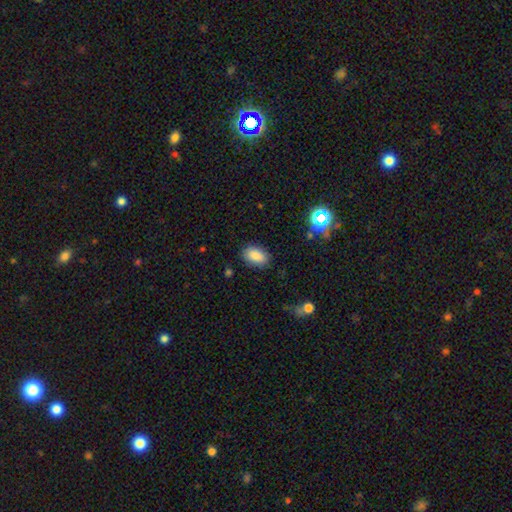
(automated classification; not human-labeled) Overall: smooth (85%). How rounded: in between (89%). Merging: none (85%).